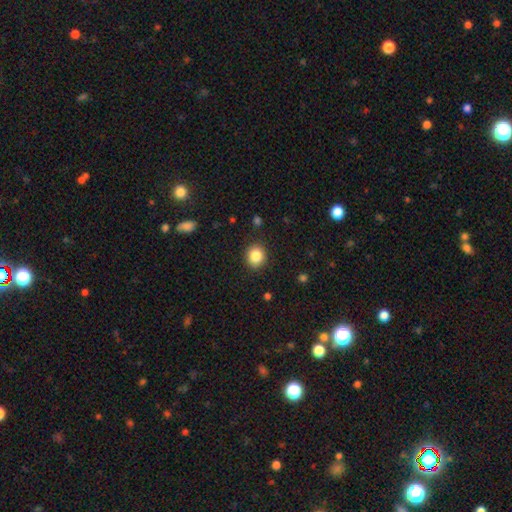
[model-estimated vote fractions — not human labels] smooth_or_featured: smooth (p=0.85) [alt: star or artifact p=0.09]
how_rounded: round (p=0.75) [alt: in between p=0.24]
merging: none (p=0.89) [alt: minor disturbance p=0.07]